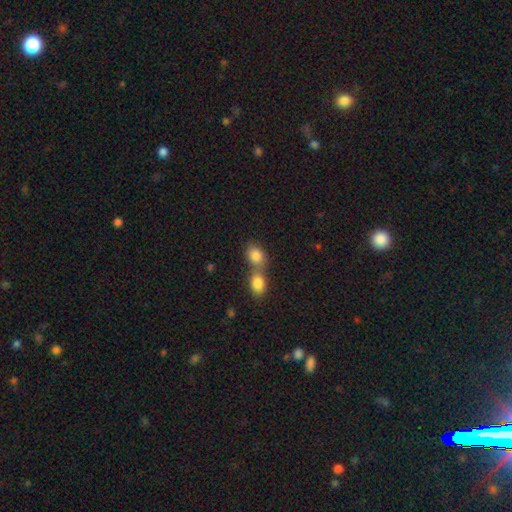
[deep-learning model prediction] Smooth or featured?
  - smooth: 84% *
  - star or artifact: 9%
  - featured or disk: 8%
How rounded?
  - in between: 61% *
  - round: 37%
  - cigar-shaped: 2%
Merging?
  - merger: 61% *
  - none: 29%
  - minor disturbance: 7%
  - major disturbance: 3%